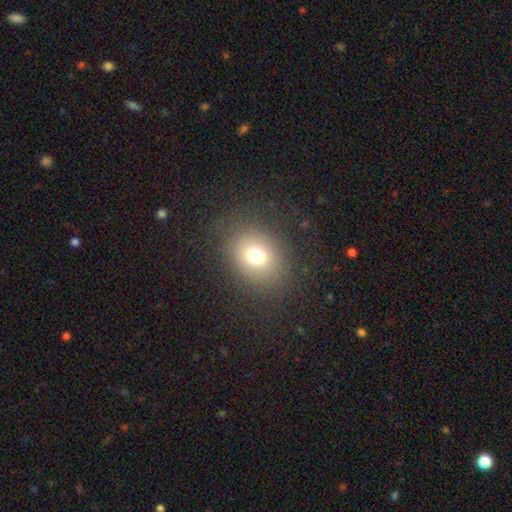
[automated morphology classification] Smooth or featured? Predicted: smooth (p=0.72). How rounded? Predicted: round (p=0.57). Merging? Predicted: none (p=0.81).